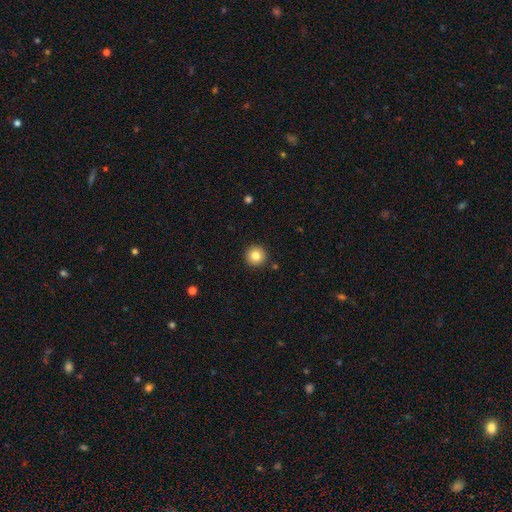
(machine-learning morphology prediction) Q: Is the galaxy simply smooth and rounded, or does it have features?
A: smooth — 83%.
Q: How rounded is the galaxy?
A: round — 96%.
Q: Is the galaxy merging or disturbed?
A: none — 92%.